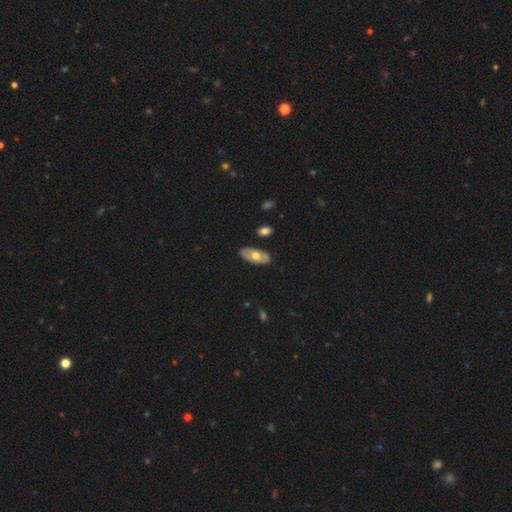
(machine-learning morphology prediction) Smooth or featured?
  - smooth: 53% *
  - featured or disk: 42%
  - star or artifact: 5%
How rounded?
  - in between: 91% *
  - cigar-shaped: 6%
  - round: 3%
Merging?
  - none: 84% *
  - minor disturbance: 12%
  - merger: 2%
  - major disturbance: 2%